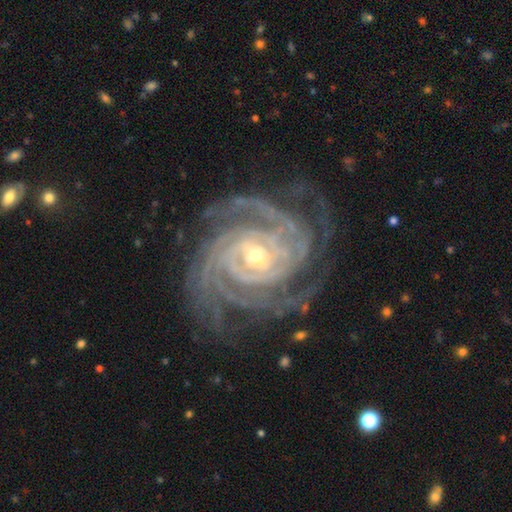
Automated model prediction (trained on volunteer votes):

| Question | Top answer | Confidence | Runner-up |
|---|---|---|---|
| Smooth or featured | featured or disk | 93% | star or artifact (4%) |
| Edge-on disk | no | 98% | yes (2%) |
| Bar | weak | 38% | no (37%) |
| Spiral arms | yes | 99% | no (1%) |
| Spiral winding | tight | 80% | medium (18%) |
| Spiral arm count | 4 | 27% | 3 (21%) |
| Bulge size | small | 52% | moderate (44%) |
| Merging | none | 76% | minor disturbance (16%) |